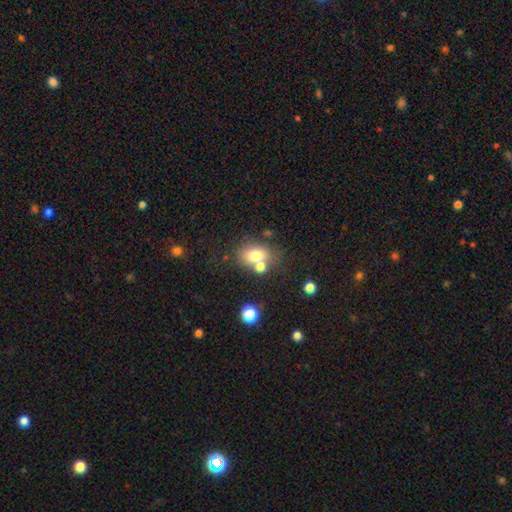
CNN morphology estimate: smooth_or_featured: smooth (p=0.72) [alt: featured or disk p=0.16]
how_rounded: in between (p=0.63) [alt: round p=0.36]
merging: none (p=0.50) [alt: merger p=0.31]